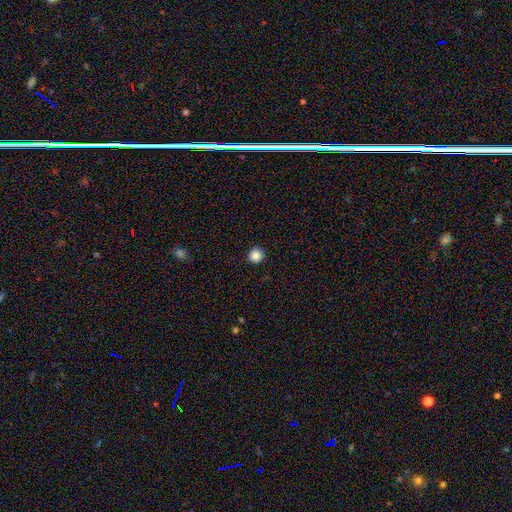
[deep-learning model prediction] smooth-or-featured: smooth: 87% | star or artifact: 10% | featured or disk: 3%
  how-rounded: round: 95% | in between: 4% | cigar-shaped: 1%
  merging: none: 92% | minor disturbance: 5% | major disturbance: 2% | merger: 1%